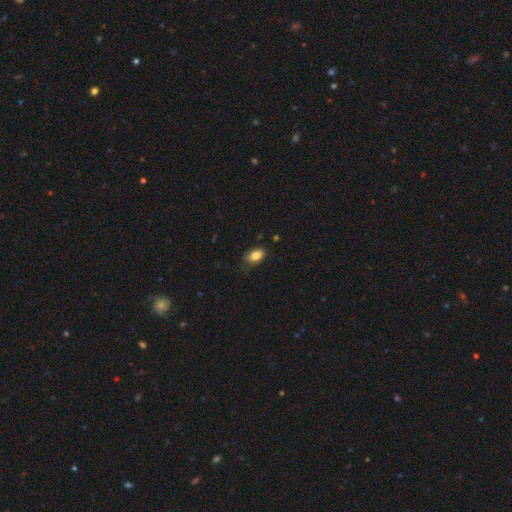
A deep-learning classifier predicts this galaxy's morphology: Smooth or featured? Predicted: smooth (p=0.83). How rounded? Predicted: in between (p=0.87). Merging? Predicted: none (p=0.66).